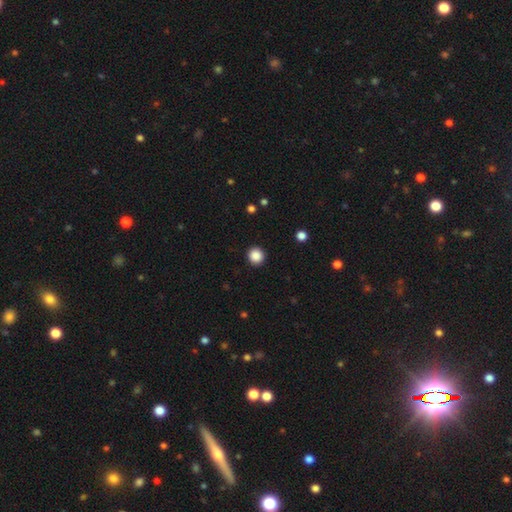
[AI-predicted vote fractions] Smooth or featured? Predicted: smooth (p=0.87). How rounded? Predicted: round (p=0.93). Merging? Predicted: none (p=0.92).